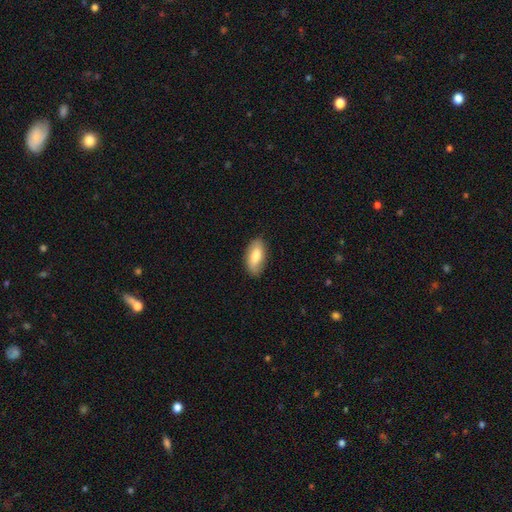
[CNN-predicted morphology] This is likely a smooth galaxy (74%). How rounded: clearly in between (90%). Merging: clearly none (85%).